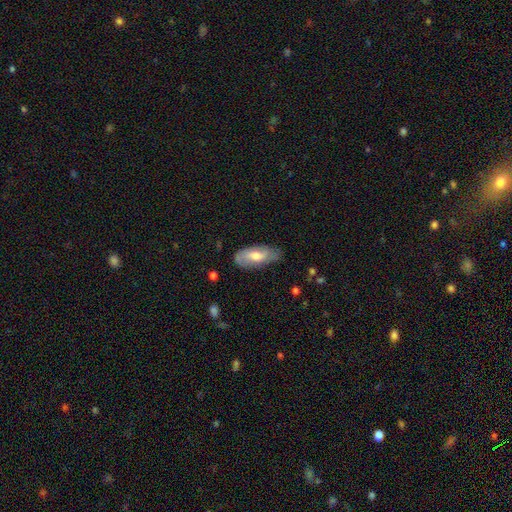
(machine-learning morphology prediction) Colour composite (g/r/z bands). It shows a smooth galaxy with no disk features (57%) that is in between round and cigar-shaped (79%). Merging: none (73%).